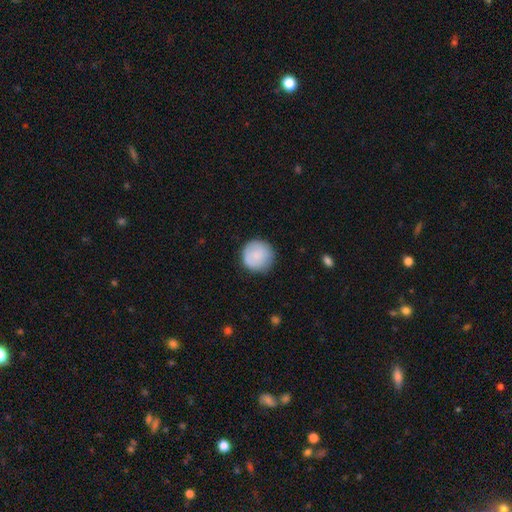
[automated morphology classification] Q: Smooth or featured?
A: smooth (83%); runner-up: featured or disk (11%)
Q: How rounded?
A: round (95%); runner-up: in between (4%)
Q: Merging?
A: none (84%); runner-up: minor disturbance (12%)